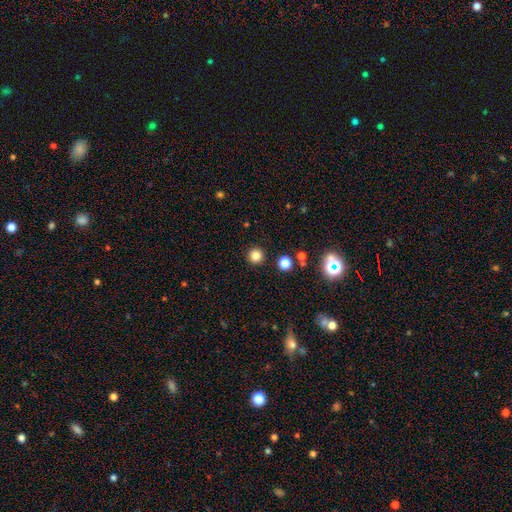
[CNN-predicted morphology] This is clearly a smooth galaxy (82%). How rounded: clearly round (96%). Merging: clearly none (92%).